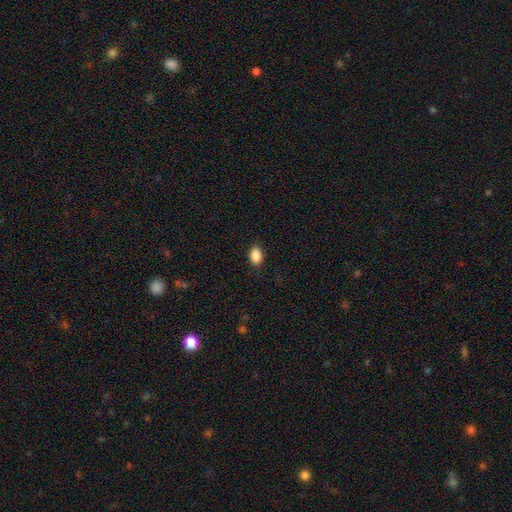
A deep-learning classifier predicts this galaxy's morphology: This appears to be a smooth galaxy with no disk features (89%) that is in between round and cigar-shaped (86%). Merging: none (88%).